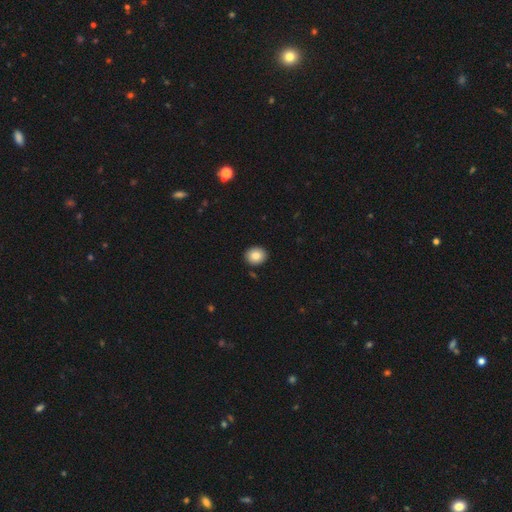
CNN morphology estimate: A smooth galaxy with no disk features (84%) that is round (70%). Merging: none (91%).